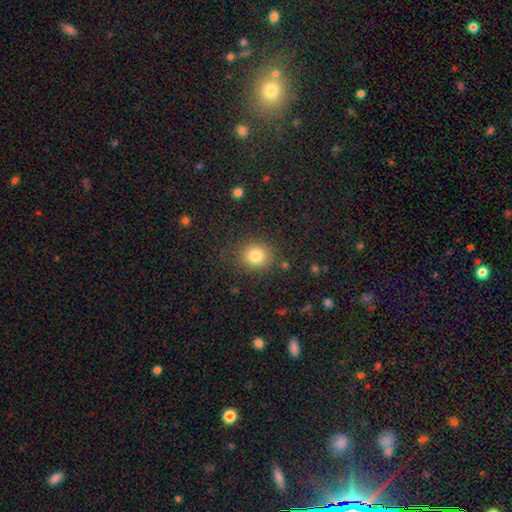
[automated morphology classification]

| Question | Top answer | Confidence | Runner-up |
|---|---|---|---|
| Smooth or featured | smooth | 82% | star or artifact (12%) |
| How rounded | round | 82% | in between (17%) |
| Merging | none | 83% | minor disturbance (10%) |